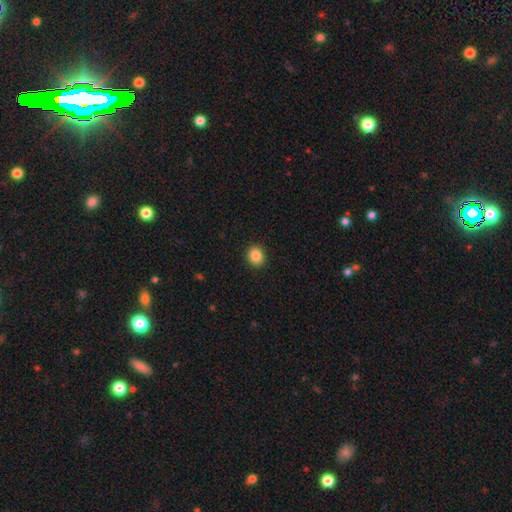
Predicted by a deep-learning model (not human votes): This is clearly a smooth galaxy (86%). How rounded: likely round (76%). Merging: clearly none (92%).